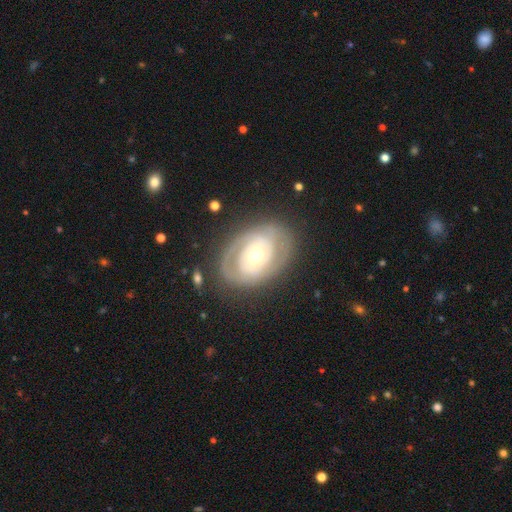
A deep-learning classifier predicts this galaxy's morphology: type=featured or disk (76%); edge-on=no (95%); bar=no (73%); spiral arms=yes (67%); bulge=moderate (67%); merging=none (74%).